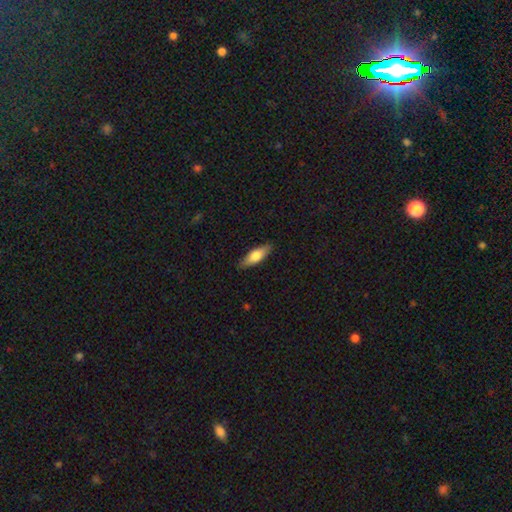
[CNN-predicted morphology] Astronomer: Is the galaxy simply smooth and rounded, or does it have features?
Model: smooth — 69%.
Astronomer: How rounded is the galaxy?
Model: in between — 58% (runner-up: cigar-shaped, 40%).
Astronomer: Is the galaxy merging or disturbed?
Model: none — 87%.